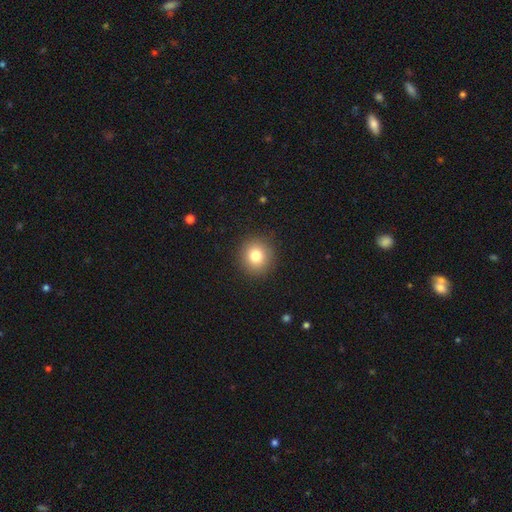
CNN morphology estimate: Overall: smooth (80%). How rounded: round (92%). Merging: none (90%).